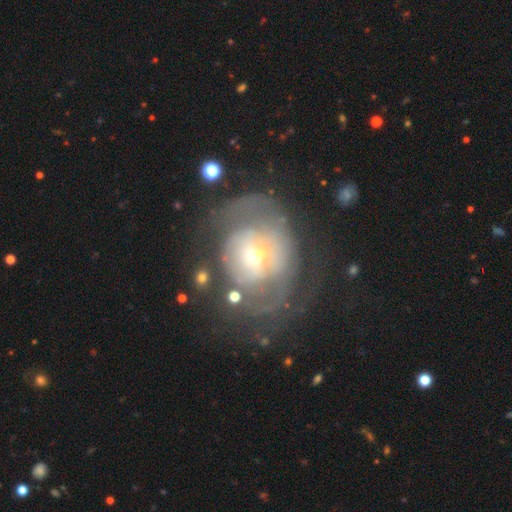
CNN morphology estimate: Q: Smooth or featured?
A: featured or disk (63%); runner-up: smooth (27%)
Q: Edge-on disk?
A: no (96%); runner-up: yes (4%)
Q: Bar?
A: no (74%); runner-up: weak (20%)
Q: Spiral arms?
A: yes (55%); runner-up: no (45%)
Q: Bulge size?
A: small (56%); runner-up: moderate (37%)
Q: Merging?
A: none (47%); runner-up: major disturbance (29%)